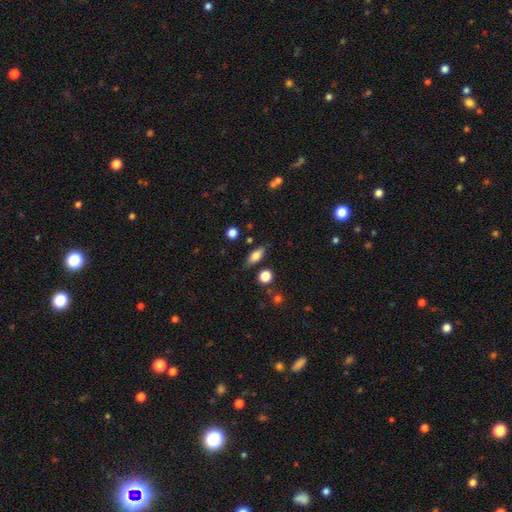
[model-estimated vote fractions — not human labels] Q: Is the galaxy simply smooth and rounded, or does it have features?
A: smooth — 71%.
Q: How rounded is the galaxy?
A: in between — 72%.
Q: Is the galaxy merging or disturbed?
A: none — 79%.